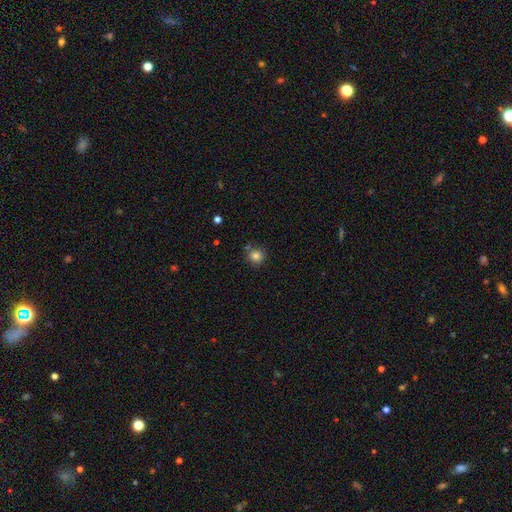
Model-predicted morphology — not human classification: A smooth galaxy with no disk features (81%) that is round (92%). Merging: none (78%).